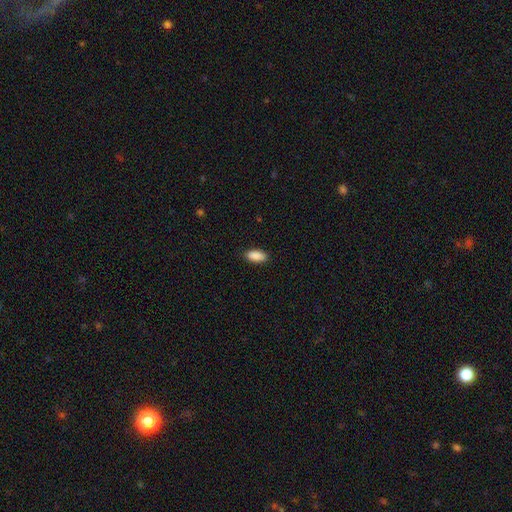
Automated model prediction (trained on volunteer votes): Smooth or featured? smooth (90%)
How rounded? in between (89%)
Merging? none (88%)